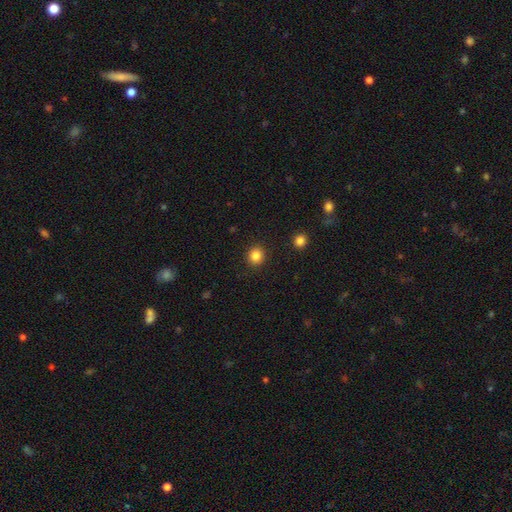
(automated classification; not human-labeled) smooth_or_featured: smooth (p=0.84) [alt: star or artifact p=0.11]
how_rounded: round (p=0.88) [alt: in between p=0.11]
merging: none (p=0.91) [alt: minor disturbance p=0.06]